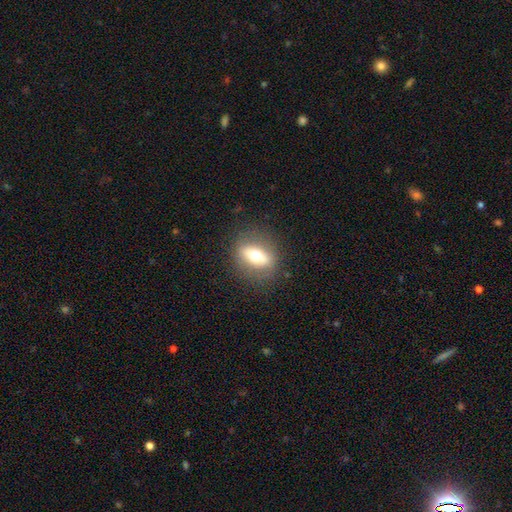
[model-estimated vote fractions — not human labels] smooth-or-featured: smooth: 53% | featured or disk: 38% | star or artifact: 9%
  how-rounded: in between: 60% | round: 32% | cigar-shaped: 7%
  merging: none: 82% | minor disturbance: 11% | major disturbance: 6% | merger: 1%